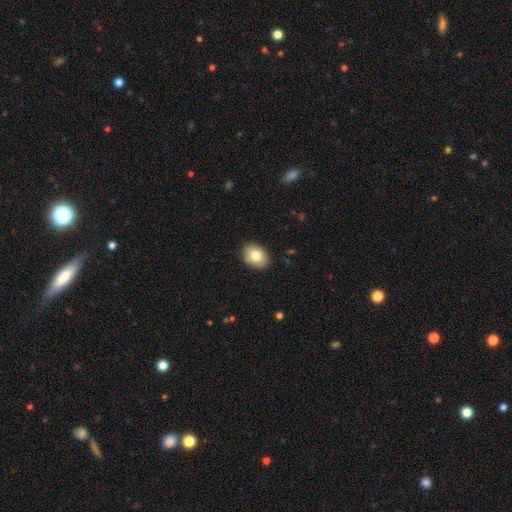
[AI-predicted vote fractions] Smooth or featured? smooth (79%)
How rounded? in between (74%)
Merging? none (88%)